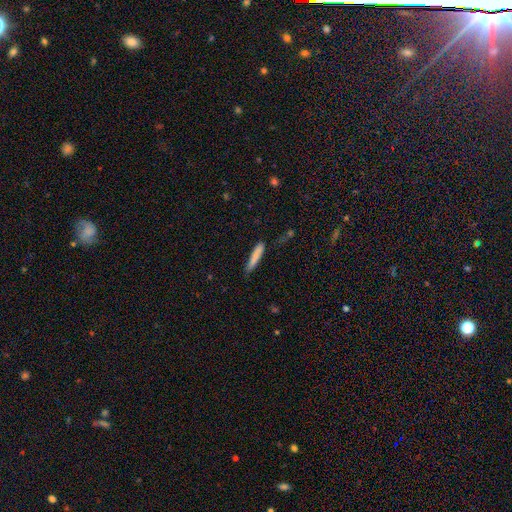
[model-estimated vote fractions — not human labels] This is likely a smooth galaxy (79%). How rounded: clearly cigar-shaped (91%). Merging: likely none (74%).